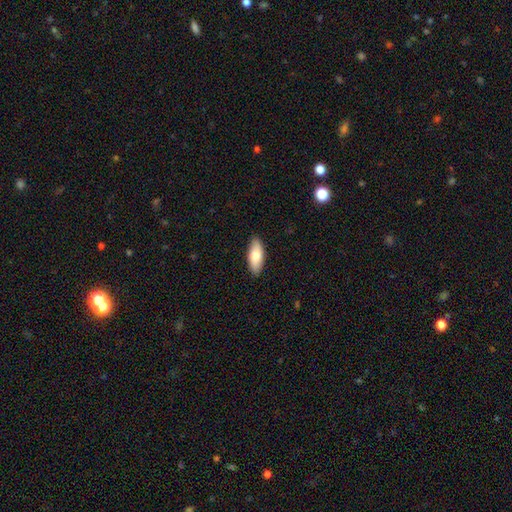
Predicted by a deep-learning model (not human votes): A smooth galaxy with no disk features (77%) that is in between round and cigar-shaped (80%). Merging: none (89%).